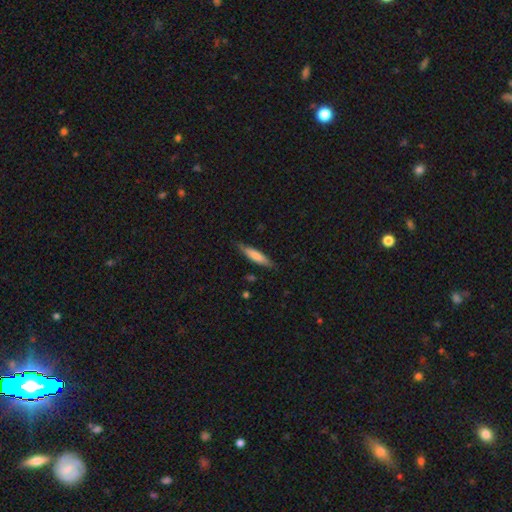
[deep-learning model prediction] Smooth or featured? smooth (73%)
How rounded? cigar-shaped (82%)
Merging? none (83%)